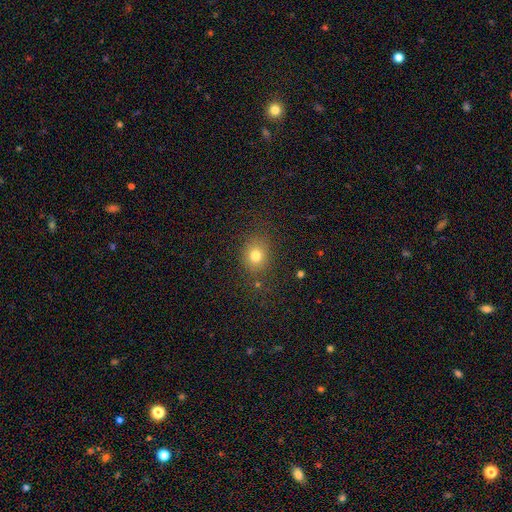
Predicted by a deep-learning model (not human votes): A smooth galaxy with no disk features (77%) that is round (66%). Merging: none (81%).